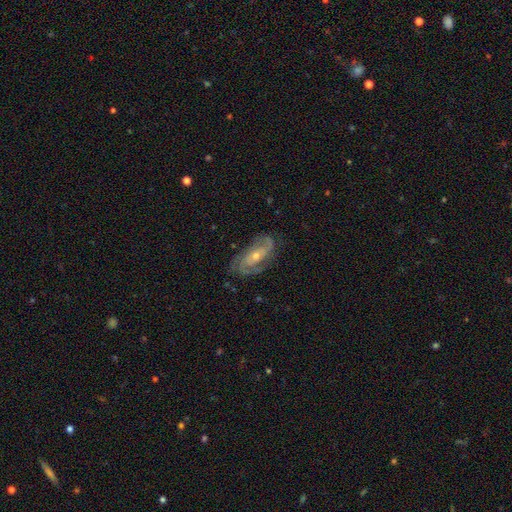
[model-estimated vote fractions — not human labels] Smooth or featured: featured or disk — 85% (smooth — 8%)
Edge-on disk: no — 94% (yes — 6%)
Bar: no — 56% (weak — 31%)
Spiral arms: yes — 96% (no — 4%)
Spiral winding: tight — 44% (medium — 43%)
Spiral arm count: 2 — 50% (3 — 23%)
Bulge size: small — 49% (moderate — 47%)
Merging: none — 75% (minor disturbance — 17%)